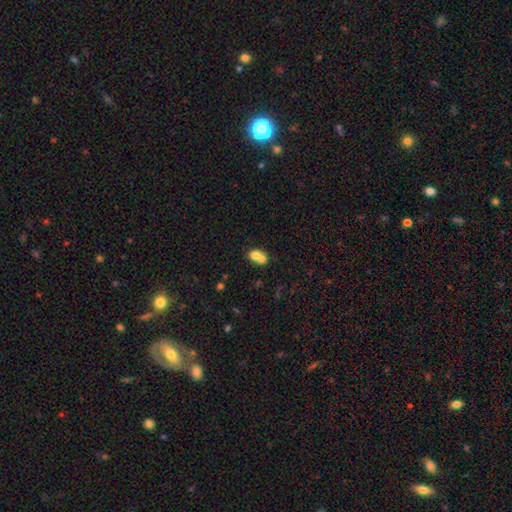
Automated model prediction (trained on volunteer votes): This is likely a smooth galaxy (70%). How rounded: possibly round (52%). Merging: likely merger (70%).